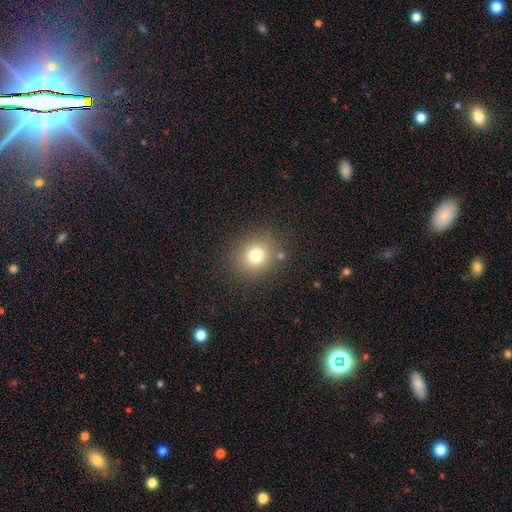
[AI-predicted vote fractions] Smooth or featured?
  - smooth: 76% *
  - star or artifact: 15%
  - featured or disk: 9%
How rounded?
  - round: 82% *
  - in between: 17%
  - cigar-shaped: 1%
Merging?
  - none: 85% *
  - minor disturbance: 9%
  - major disturbance: 4%
  - merger: 3%